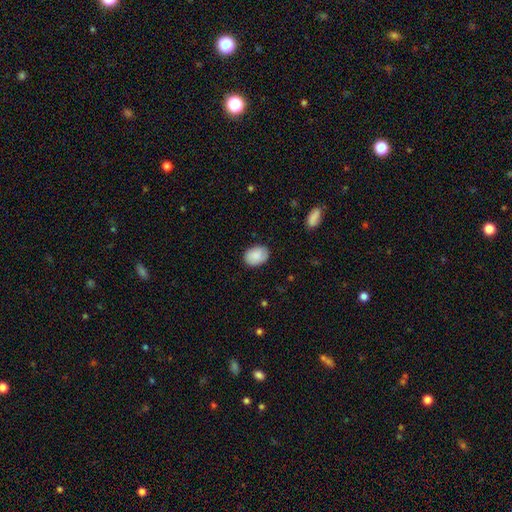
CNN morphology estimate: Smooth or featured? Predicted: smooth (p=0.87). How rounded? Predicted: in between (p=0.75). Merging? Predicted: none (p=0.82).